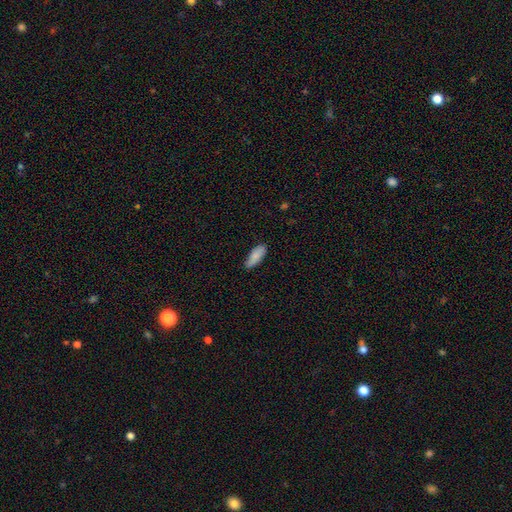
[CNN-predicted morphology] Q: Smooth or featured?
A: smooth (87%); runner-up: featured or disk (7%)
Q: How rounded?
A: in between (72%); runner-up: cigar-shaped (26%)
Q: Merging?
A: none (79%); runner-up: minor disturbance (17%)